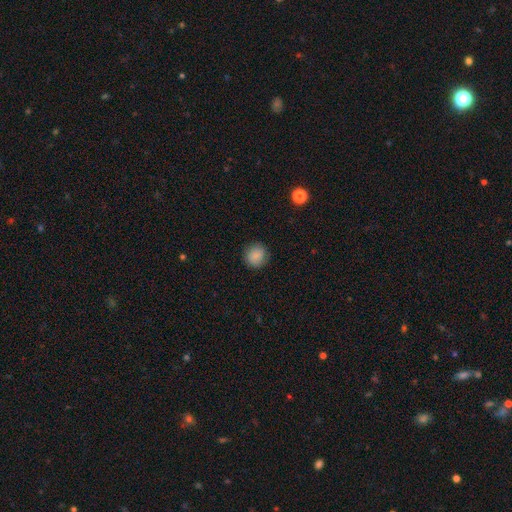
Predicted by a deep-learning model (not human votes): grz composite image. It shows a smooth galaxy with no disk features (86%) that is round (88%). Merging: none (87%).